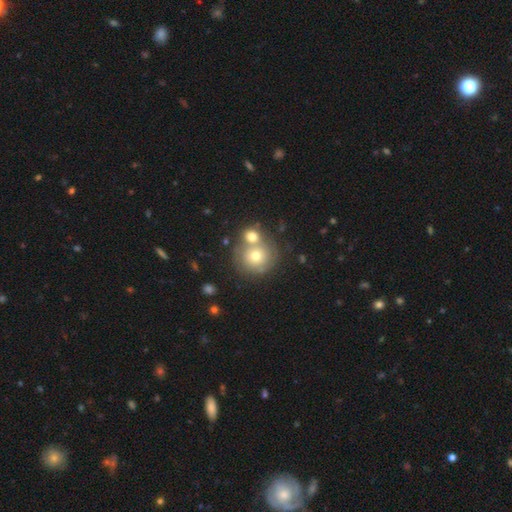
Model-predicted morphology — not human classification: A smooth galaxy with no disk features (57%) that is round (89%).

Vote fractions:
- Smooth or featured? smooth: 57% / featured or disk: 31% / star or artifact: 12%
- How rounded? round: 89% / in between: 10% / cigar-shaped: 1%
- Merging? none: 47% / merger: 38% / minor disturbance: 10% / major disturbance: 5%